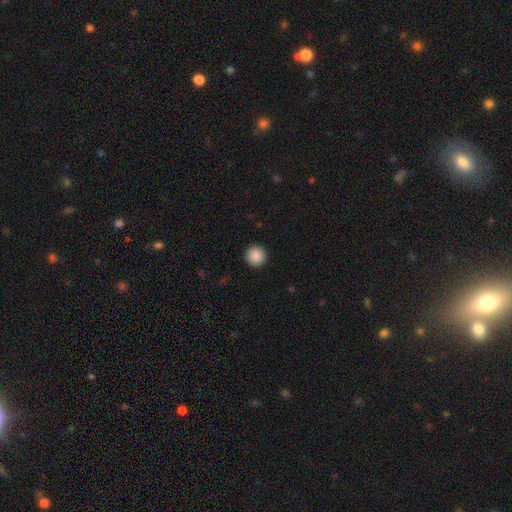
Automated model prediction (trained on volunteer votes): Smooth or featured?
  - smooth: 88% *
  - star or artifact: 8%
  - featured or disk: 4%
How rounded?
  - round: 96% *
  - in between: 3%
  - cigar-shaped: 1%
Merging?
  - none: 93% *
  - minor disturbance: 4%
  - major disturbance: 2%
  - merger: 1%